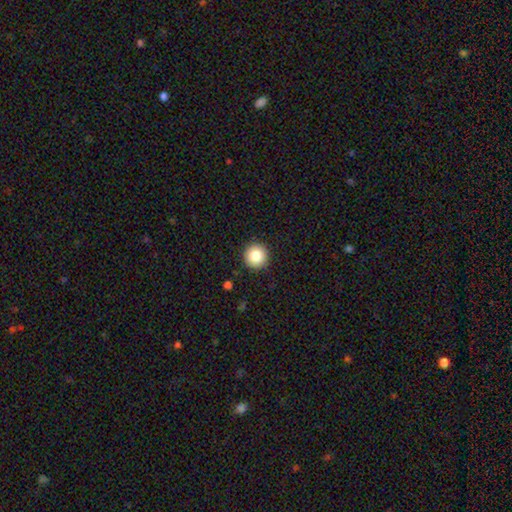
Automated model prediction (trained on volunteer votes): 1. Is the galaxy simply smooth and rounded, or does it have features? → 84% smooth, 9% star or artifact, 7% featured or disk.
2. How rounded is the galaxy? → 96% round, 3% in between, 1% cigar-shaped.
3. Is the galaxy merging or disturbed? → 92% none, 5% minor disturbance, 2% major disturbance, 1% merger.